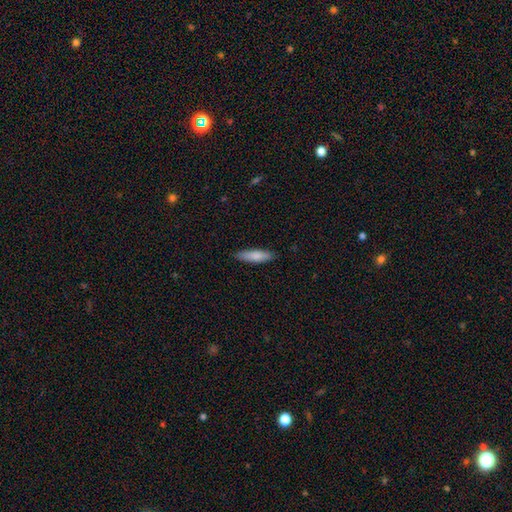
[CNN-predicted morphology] Smooth or featured?
  - smooth: 80% *
  - featured or disk: 15%
  - star or artifact: 5%
How rounded?
  - cigar-shaped: 68% *
  - in between: 30%
  - round: 2%
Merging?
  - none: 88% *
  - minor disturbance: 9%
  - major disturbance: 2%
  - merger: 1%